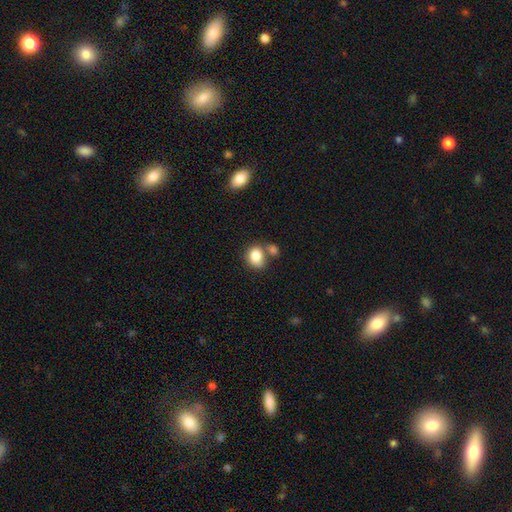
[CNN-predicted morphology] Overall: smooth (83%). How rounded: round (51%; in between 48%). Merging: none (44%; merger 34%).